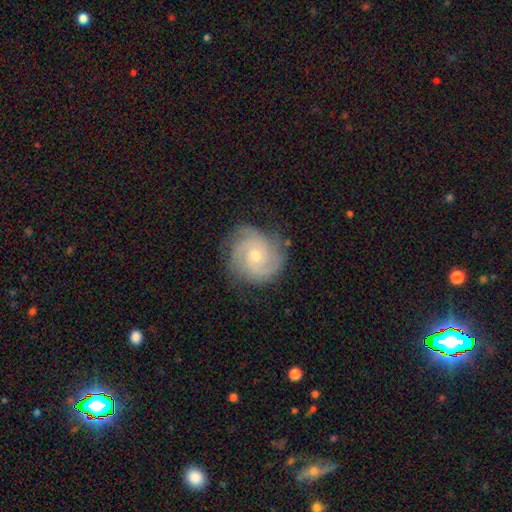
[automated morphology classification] Smooth or featured: featured or disk — 83% (smooth — 11%)
Edge-on disk: no — 98% (yes — 2%)
Bar: no — 73% (weak — 23%)
Spiral arms: yes — 97% (no — 3%)
Spiral winding: tight — 59% (medium — 34%)
Spiral arm count: 3 — 46% (2 — 17%)
Bulge size: small — 54% (moderate — 43%)
Merging: none — 76% (minor disturbance — 17%)